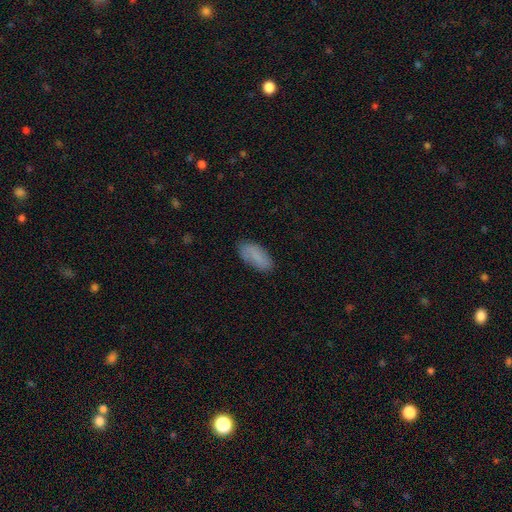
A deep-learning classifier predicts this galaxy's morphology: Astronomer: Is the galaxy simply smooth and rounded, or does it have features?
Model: smooth — 81%.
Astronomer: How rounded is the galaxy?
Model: in between — 87%.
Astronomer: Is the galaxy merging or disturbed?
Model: none — 80%.